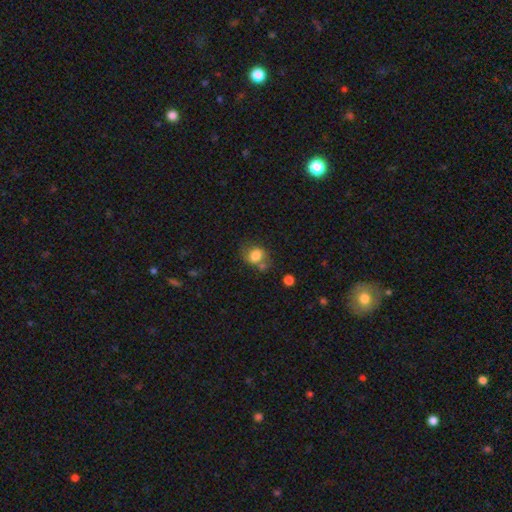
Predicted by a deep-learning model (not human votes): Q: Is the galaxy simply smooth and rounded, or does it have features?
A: smooth — 79%.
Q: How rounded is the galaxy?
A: round — 61%.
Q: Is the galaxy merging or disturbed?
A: none — 52%.